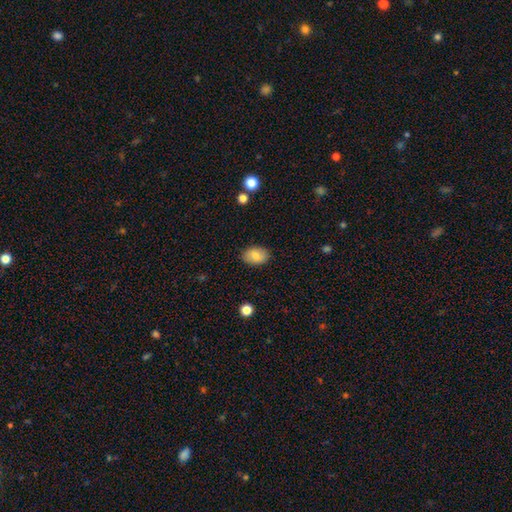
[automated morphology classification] This is likely a smooth galaxy (77%). How rounded: clearly in between (80%). Merging: clearly none (86%).